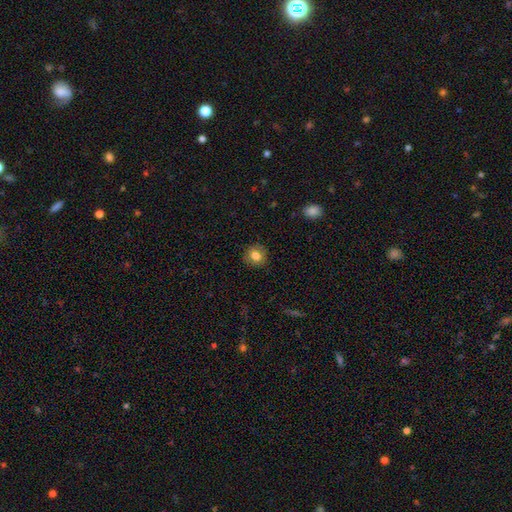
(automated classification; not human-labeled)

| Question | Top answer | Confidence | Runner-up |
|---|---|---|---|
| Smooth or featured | smooth | 81% | star or artifact (10%) |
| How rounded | round | 86% | in between (13%) |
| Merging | none | 89% | minor disturbance (8%) |